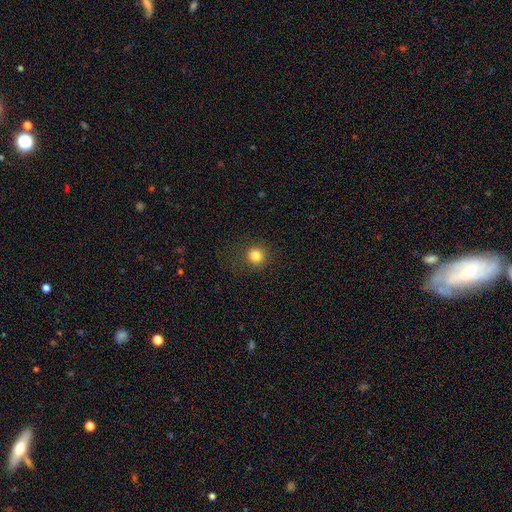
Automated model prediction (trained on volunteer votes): Smooth or featured? smooth (82%)
How rounded? round (92%)
Merging? none (86%)